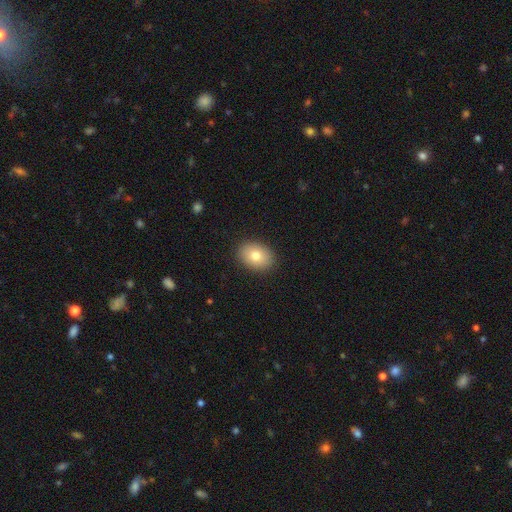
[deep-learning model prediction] Smooth or featured? Predicted: smooth (p=0.78). How rounded? Predicted: in between (p=0.73). Merging? Predicted: none (p=0.90).